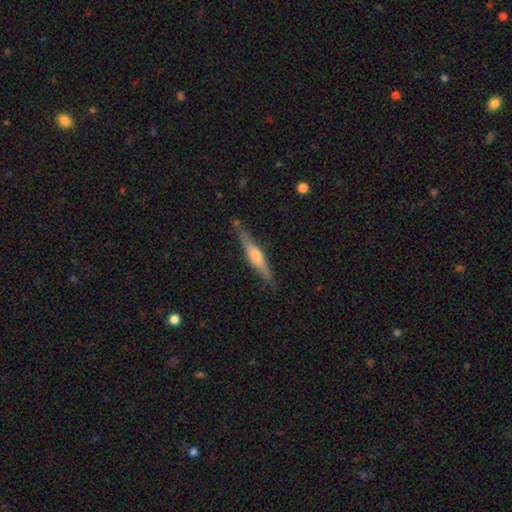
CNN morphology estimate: Smooth or featured?
  - featured or disk: 67% *
  - smooth: 27%
  - star or artifact: 6%
Edge-on disk?
  - yes: 97% *
  - no: 3%
Edge-on bulge?
  - rounded: 80% *
  - boxy: 12%
  - none: 8%
Merging?
  - none: 85% *
  - minor disturbance: 11%
  - major disturbance: 2%
  - merger: 2%